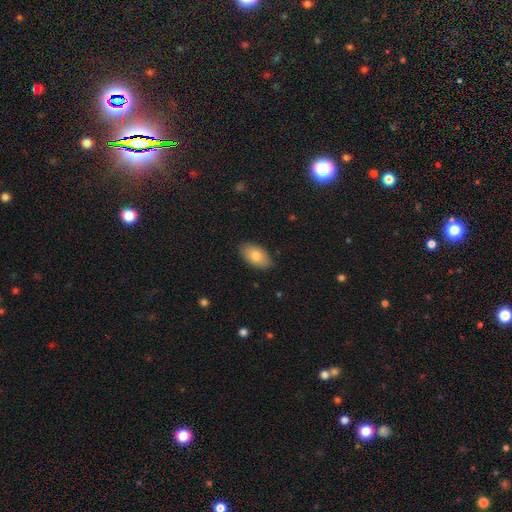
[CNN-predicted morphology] smooth 77%, featured or disk 16%, star or artifact 7%. Down the decision tree: how rounded — in between (93%); merging — none (86%).